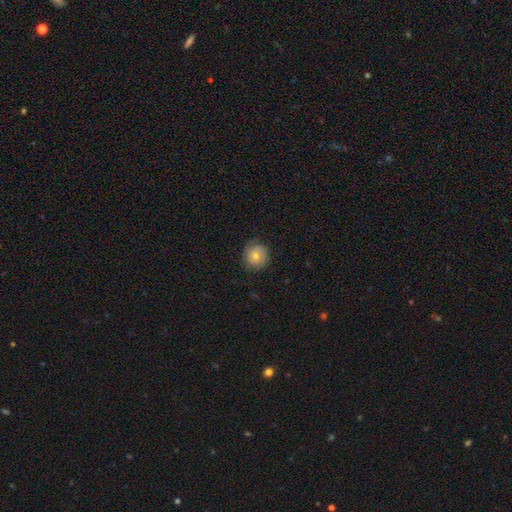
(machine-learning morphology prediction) Q: Smooth or featured?
A: smooth (69%); runner-up: featured or disk (22%)
Q: How rounded?
A: round (87%); runner-up: in between (12%)
Q: Merging?
A: none (78%); runner-up: minor disturbance (17%)